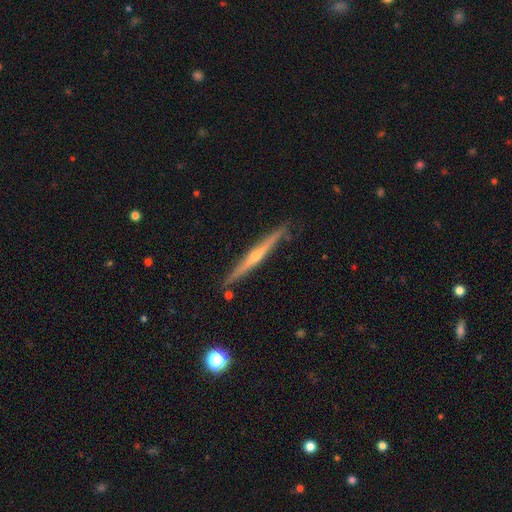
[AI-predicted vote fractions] Overall: featured or disk (75%). Edge-on disk: yes (97%). Edge-on bulge: rounded (77%). Merging: none (88%).